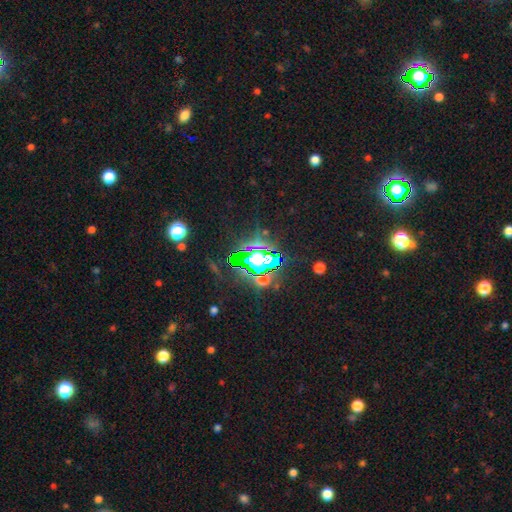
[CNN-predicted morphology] The model was most divided on "smooth or featured": star or artifact: 70%, smooth: 17%, featured or disk: 13%.